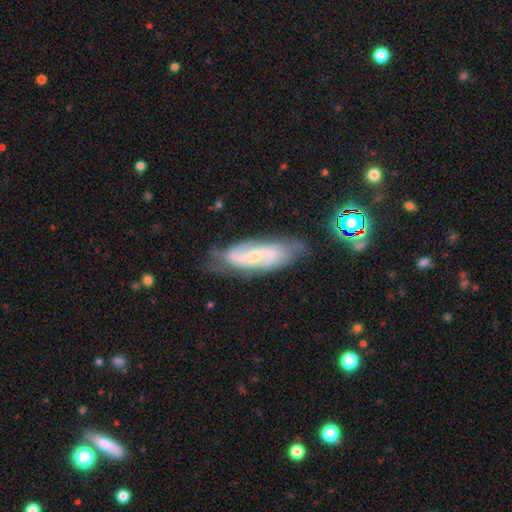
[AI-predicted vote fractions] smooth_or_featured: featured or disk (p=0.81) [alt: smooth p=0.12]
disk_edge_on: no (p=0.90) [alt: yes p=0.10]
bar: weak (p=0.45) [alt: no p=0.32]
has_spiral_arms: yes (p=0.96) [alt: no p=0.04]
spiral_winding: medium (p=0.46) [alt: tight p=0.32]
spiral_arm_count: 2 (p=0.74) [alt: can't tell p=0.14]
bulge_size: small (p=0.67) [alt: moderate p=0.25]
merging: none (p=0.69) [alt: minor disturbance p=0.21]